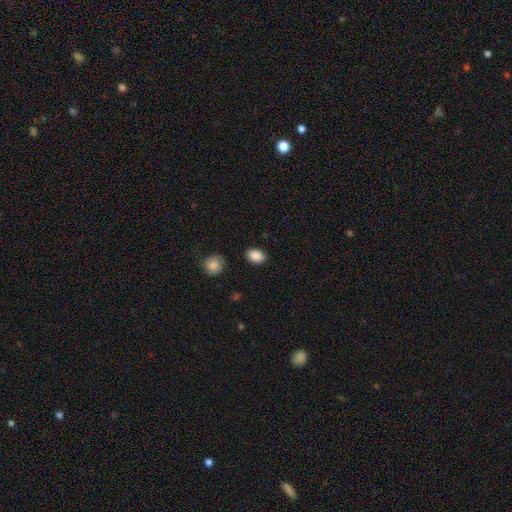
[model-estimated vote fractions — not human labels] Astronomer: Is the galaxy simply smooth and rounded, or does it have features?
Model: smooth — 88%.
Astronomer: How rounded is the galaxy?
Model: in between — 78%.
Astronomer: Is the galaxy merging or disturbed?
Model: none — 86%.